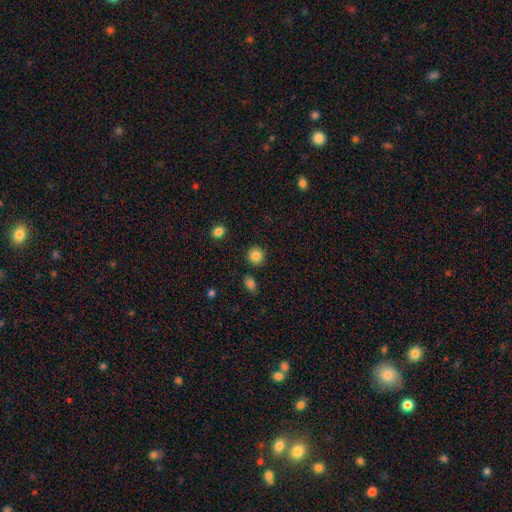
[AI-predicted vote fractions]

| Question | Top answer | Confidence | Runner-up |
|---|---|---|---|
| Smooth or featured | smooth | 85% | star or artifact (9%) |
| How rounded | round | 90% | in between (9%) |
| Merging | none | 88% | minor disturbance (7%) |